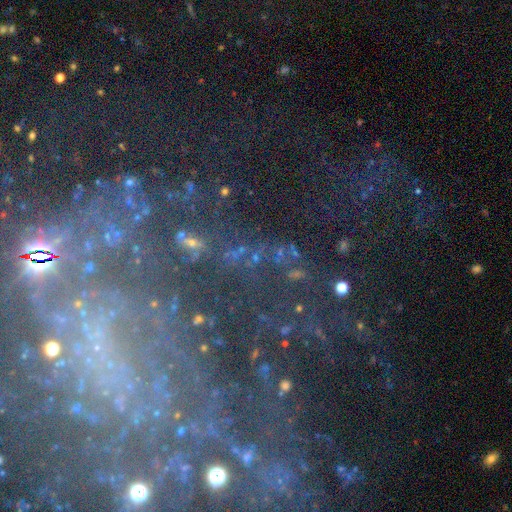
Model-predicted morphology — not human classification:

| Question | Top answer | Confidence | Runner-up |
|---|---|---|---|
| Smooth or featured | featured or disk | 67% | star or artifact (24%) |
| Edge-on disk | no | 96% | yes (4%) |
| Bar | no | 62% | weak (24%) |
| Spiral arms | yes | 86% | no (14%) |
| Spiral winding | tight | 61% | medium (27%) |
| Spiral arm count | can't tell | 35% | 2 (15%) |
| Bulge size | small | 53% | none (28%) |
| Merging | none | 63% | major disturbance (17%) |